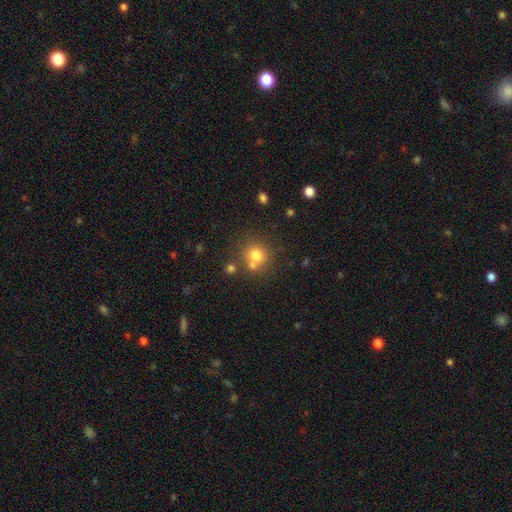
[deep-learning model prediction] This appears to be a smooth galaxy with no disk features (74%) that is round (89%). Merging: none (64%).